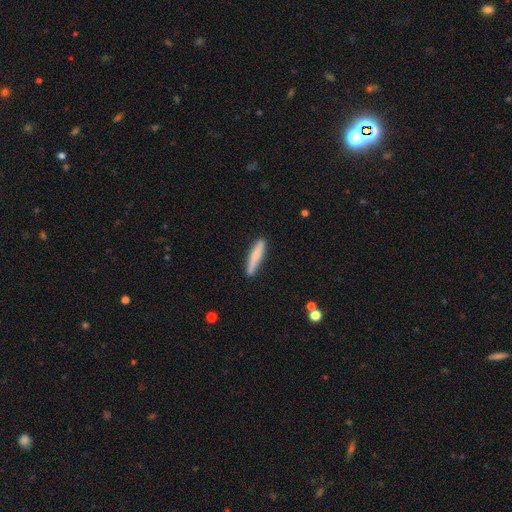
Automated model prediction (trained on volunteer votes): Smooth or featured? smooth (74%)
How rounded? cigar-shaped (91%)
Merging? none (81%)